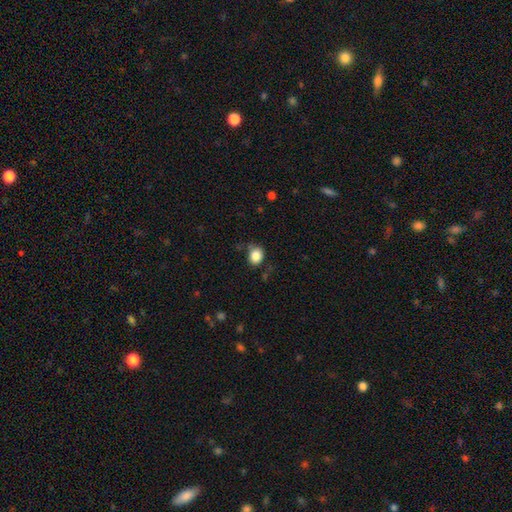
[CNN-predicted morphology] This appears to be a smooth galaxy with no disk features (85%) that is round (58%). Merging: none (68%).